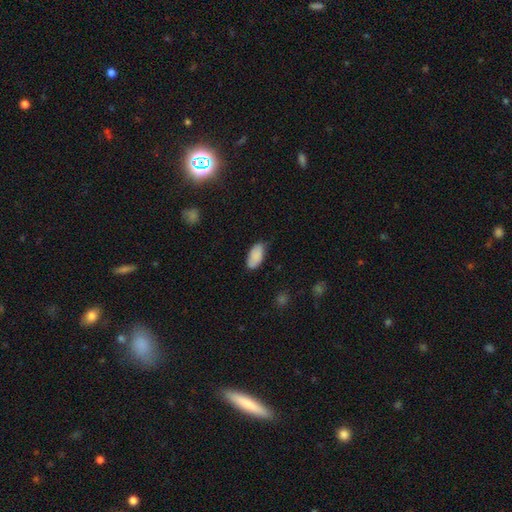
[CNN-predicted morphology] Smooth or featured? Predicted: smooth (p=0.87). How rounded? Predicted: in between (p=0.94). Merging? Predicted: none (p=0.68).